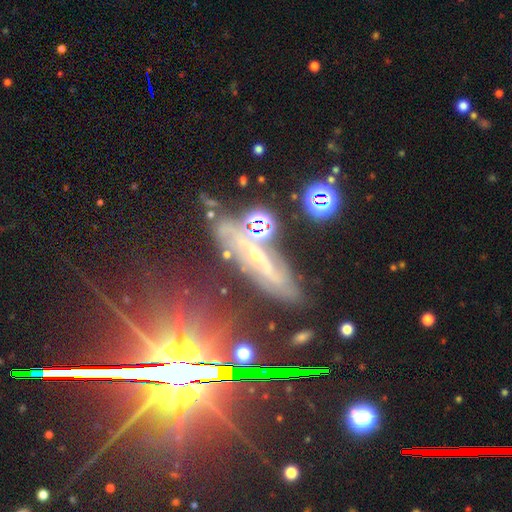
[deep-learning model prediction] Smooth or featured? Predicted: featured or disk (p=0.54). Edge-on disk? Predicted: no (p=0.51). Merging? Predicted: none (p=0.65).